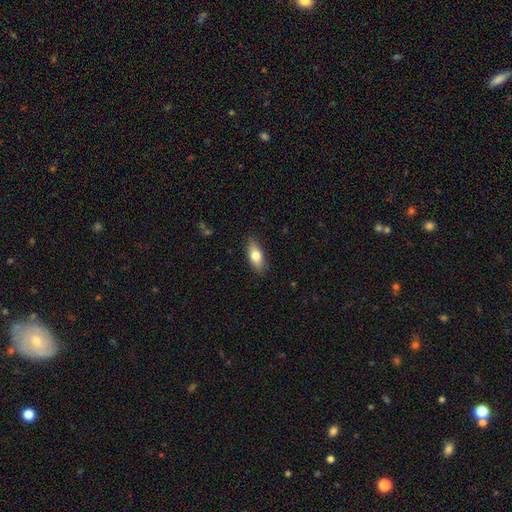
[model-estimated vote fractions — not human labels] Overall: smooth (74%). How rounded: in between (79%). Merging: none (86%).